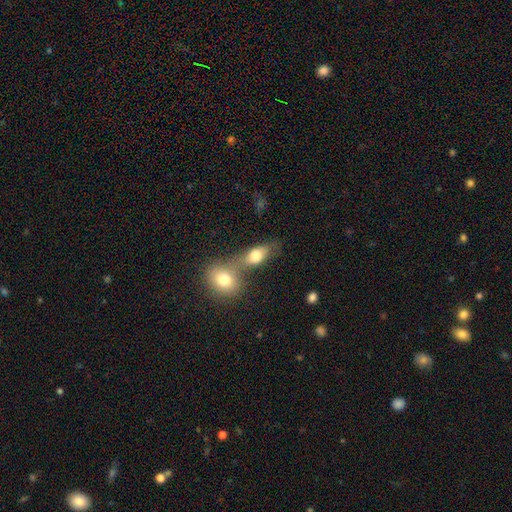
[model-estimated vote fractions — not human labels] Smooth or featured? Predicted: smooth (p=0.75). How rounded? Predicted: in between (p=0.75). Merging? Predicted: merger (p=0.55).